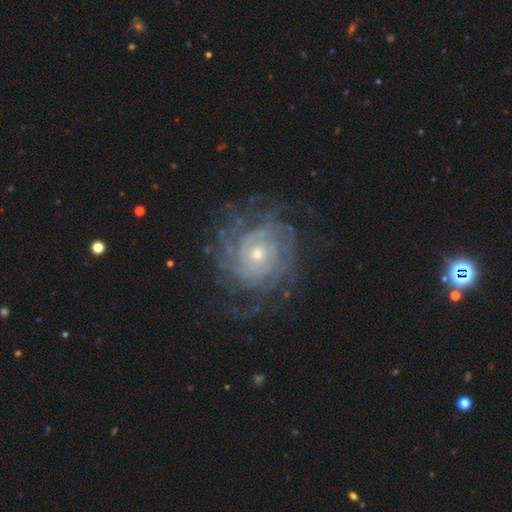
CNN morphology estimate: A featured or disk galaxy (88%) with no bar (75%), tight (81%) spiral arms (97%) and a small central bulge (54%).

Vote fractions:
- Smooth or featured? featured or disk: 88% / star or artifact: 6% / smooth: 5%
- Edge-on disk? no: 97% / yes: 3%
- Bar? no: 75% / weak: 19% / strong: 6%
- Spiral arms? yes: 97% / no: 3%
- Spiral winding? tight: 81% / medium: 16% / loose: 4%
- Spiral arm count? can't tell: 34% / more than 4: 21% / 4: 15% / 3: 11% / 2: 11% / 1: 8%
- Bulge size? small: 54% / moderate: 42% / large: 2% / none: 1% / dominant: 1%
- Merging? none: 77% / minor disturbance: 14% / major disturbance: 8% / merger: 1%